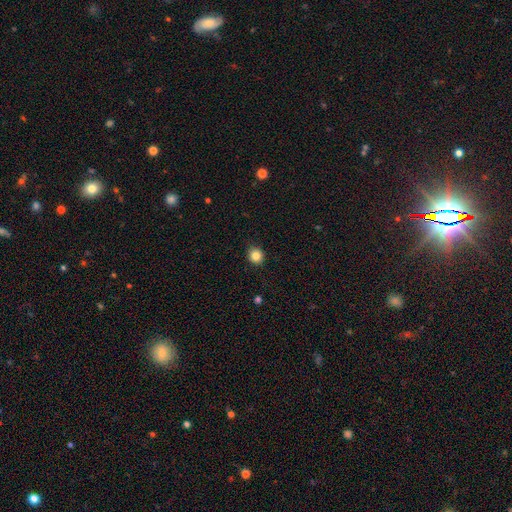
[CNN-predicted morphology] This appears to be a smooth galaxy with no disk features (84%) that is round (84%). Merging: none (88%).